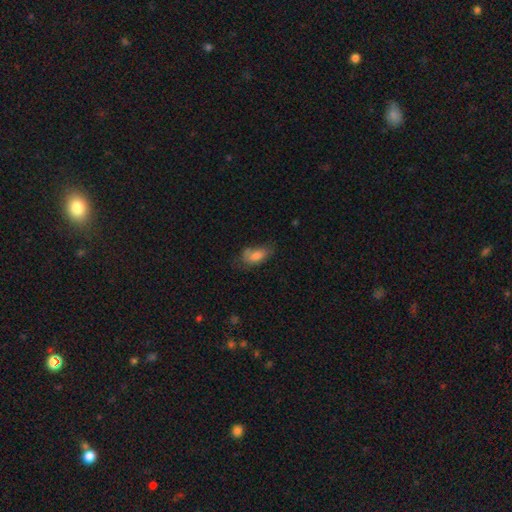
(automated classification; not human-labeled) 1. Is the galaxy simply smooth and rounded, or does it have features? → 76% smooth, 15% featured or disk, 9% star or artifact.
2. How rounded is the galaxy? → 88% in between, 7% cigar-shaped, 5% round.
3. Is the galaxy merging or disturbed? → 41% none, 32% minor disturbance, 21% major disturbance, 7% merger.